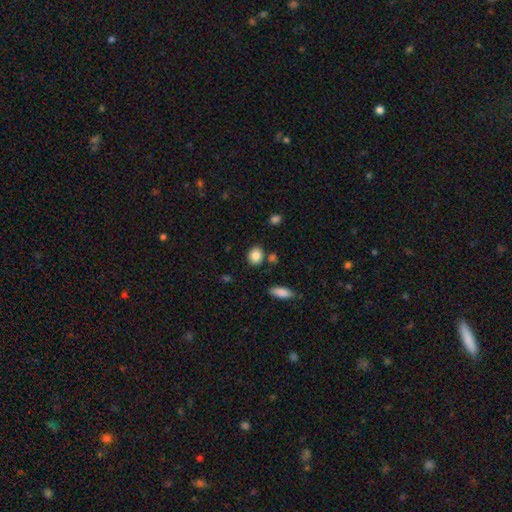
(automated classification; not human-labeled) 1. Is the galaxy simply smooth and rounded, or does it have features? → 86% smooth, 9% star or artifact, 5% featured or disk.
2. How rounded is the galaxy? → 61% round, 37% in between, 1% cigar-shaped.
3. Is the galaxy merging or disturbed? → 81% none, 10% minor disturbance, 6% merger, 3% major disturbance.